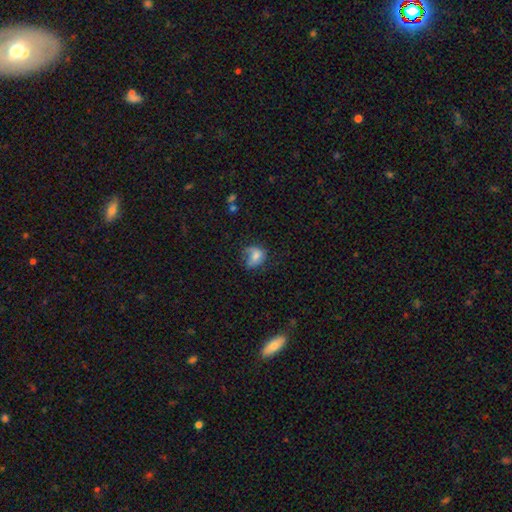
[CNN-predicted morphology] This appears to be a smooth galaxy with no disk features (65%) that is in between round and cigar-shaped (56%). Merging: none (37%).